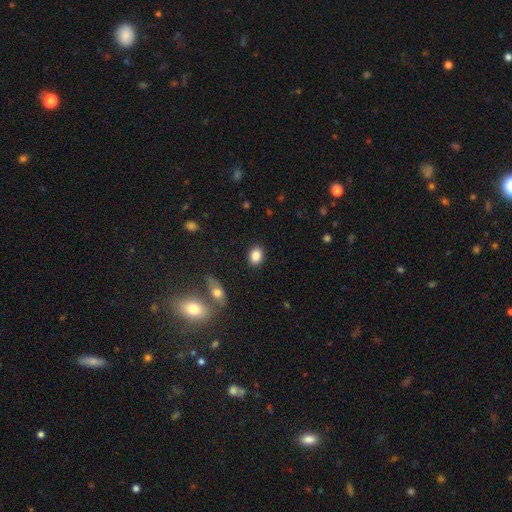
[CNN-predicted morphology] The model was most divided on "how rounded": in between: 63%, round: 36%, cigar-shaped: 1%. More confident: merging — none (87%); smooth or featured — smooth (87%).